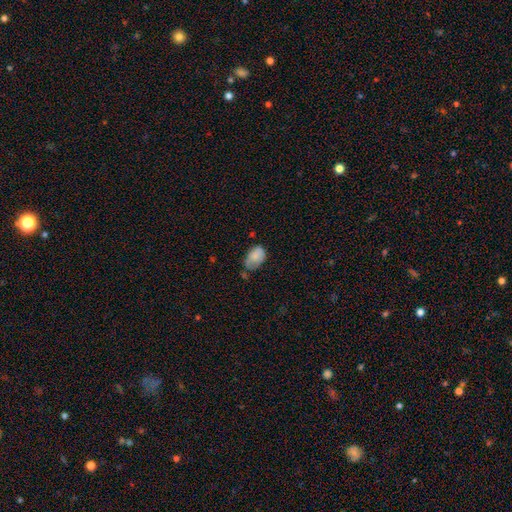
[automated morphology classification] smooth_or_featured: smooth (p=0.80) [alt: featured or disk p=0.12]
how_rounded: in between (p=0.88) [alt: round p=0.11]
merging: minor disturbance (p=0.41) [alt: none p=0.40]